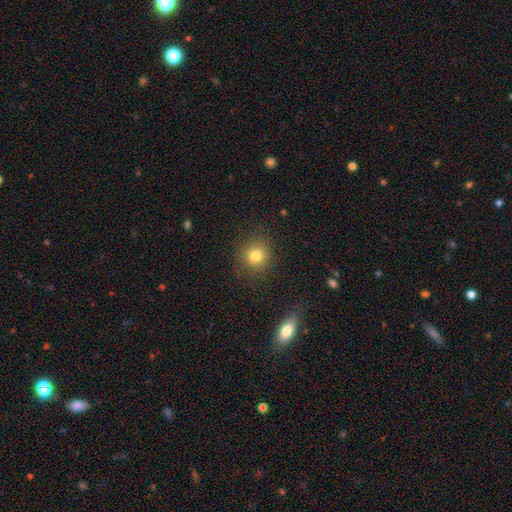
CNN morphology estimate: This is likely a smooth galaxy (78%). How rounded: clearly round (82%). Merging: clearly none (83%).